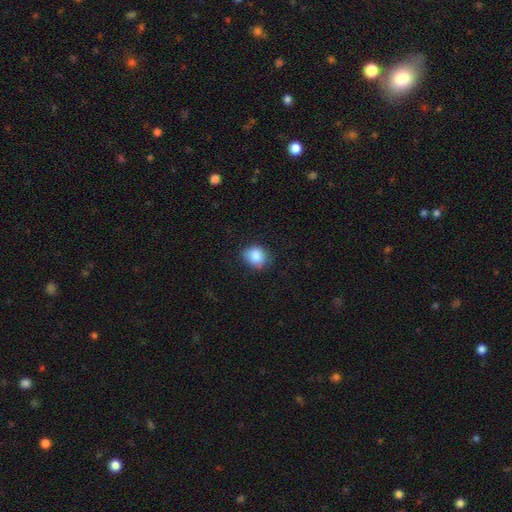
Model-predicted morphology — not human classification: A smooth galaxy with no disk features (84%) that is round (66%). Merging: none (77%).